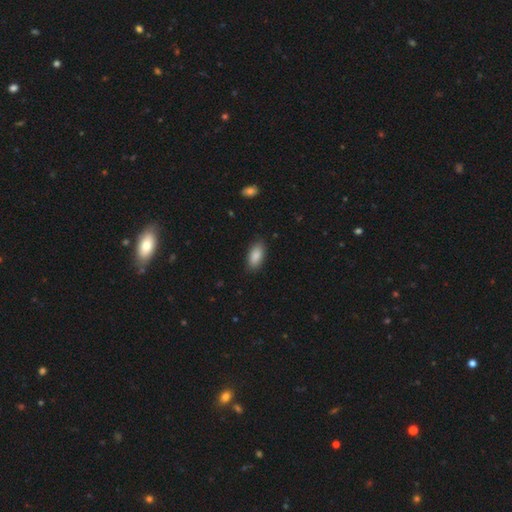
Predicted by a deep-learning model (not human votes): Smooth or featured? smooth (89%)
How rounded? in between (90%)
Merging? none (86%)